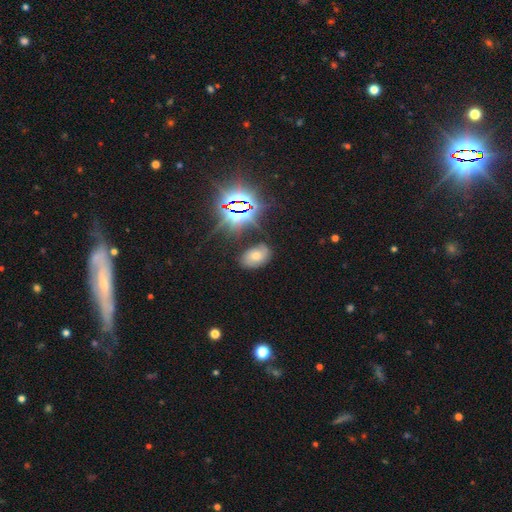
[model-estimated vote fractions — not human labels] smooth-or-featured: star or artifact: 41% | smooth: 38% | featured or disk: 21%